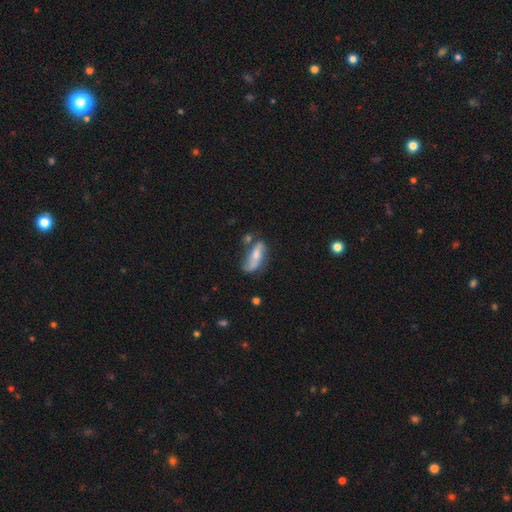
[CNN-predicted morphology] This appears to be a smooth galaxy with no disk features (49%). Merging: none (46%).